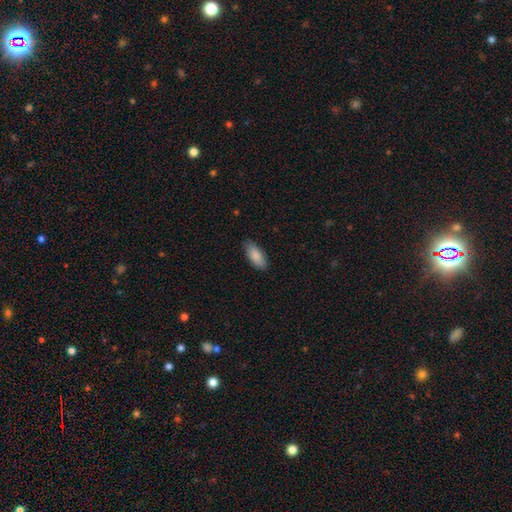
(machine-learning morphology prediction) Smooth or featured?
  - smooth: 87% *
  - featured or disk: 7%
  - star or artifact: 6%
How rounded?
  - in between: 85% *
  - cigar-shaped: 14%
  - round: 2%
Merging?
  - none: 86% *
  - minor disturbance: 11%
  - major disturbance: 2%
  - merger: 1%